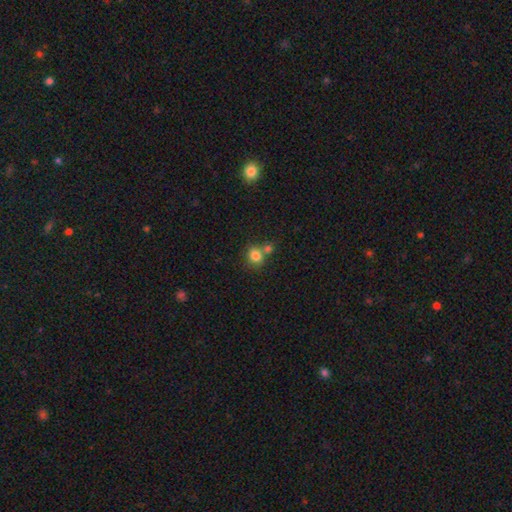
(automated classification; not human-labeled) smooth 81%, star or artifact 11%, featured or disk 8%. Down the decision tree: how rounded — round (71%); merging — none (53%).